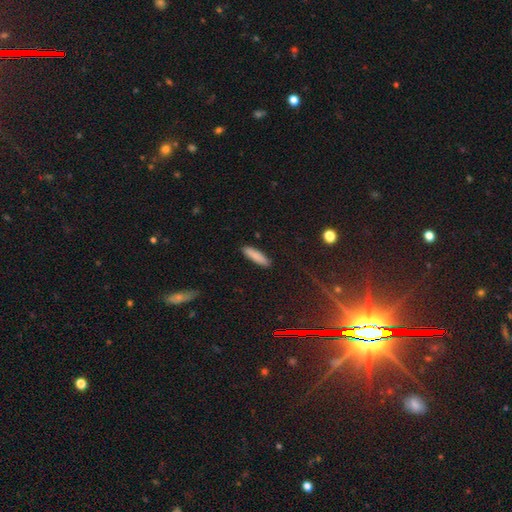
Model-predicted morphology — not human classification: Smooth or featured?
  - smooth: 85% *
  - featured or disk: 8%
  - star or artifact: 7%
How rounded?
  - cigar-shaped: 72% *
  - in between: 27%
  - round: 1%
Merging?
  - none: 89% *
  - minor disturbance: 8%
  - major disturbance: 2%
  - merger: 1%